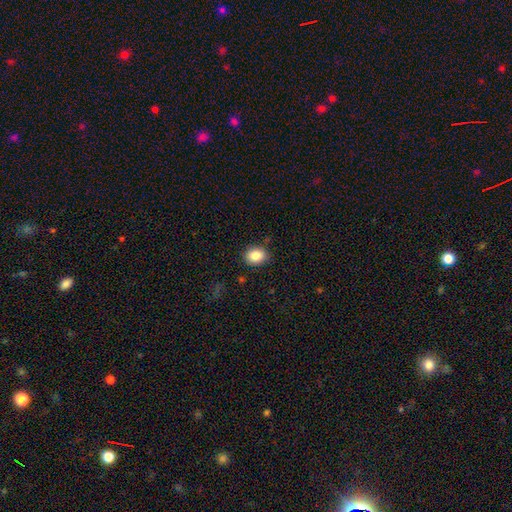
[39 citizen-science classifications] Q: Smooth or featured?
A: smooth (92%); runner-up: star or artifact (8%)
Q: How rounded?
A: round (67%); runner-up: in between (33%)
Q: Merging?
A: none (92%); runner-up: minor disturbance (8%)